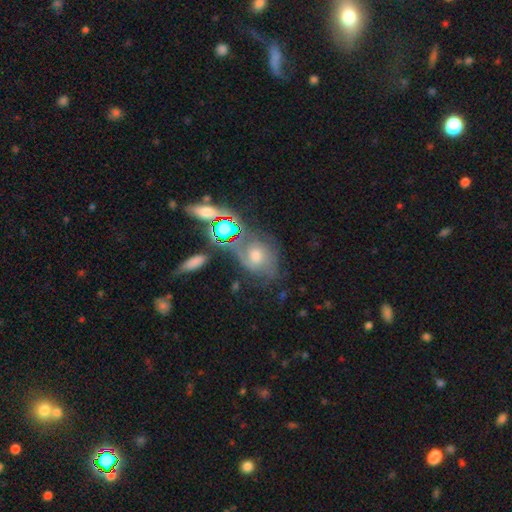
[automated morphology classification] Q: Smooth or featured?
A: featured or disk (49%); runner-up: smooth (30%)
Q: Merging?
A: none (50%); runner-up: minor disturbance (22%)